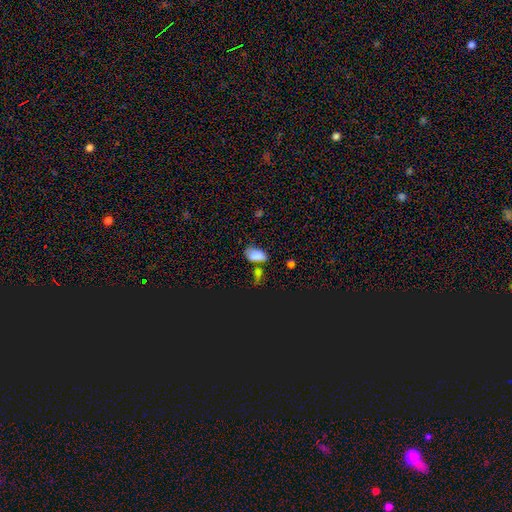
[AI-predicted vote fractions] The model was most divided on "merging": none: 50%, merger: 21%, minor disturbance: 20%, major disturbance: 9%. More confident: how rounded — in between (92%); smooth or featured — smooth (78%).